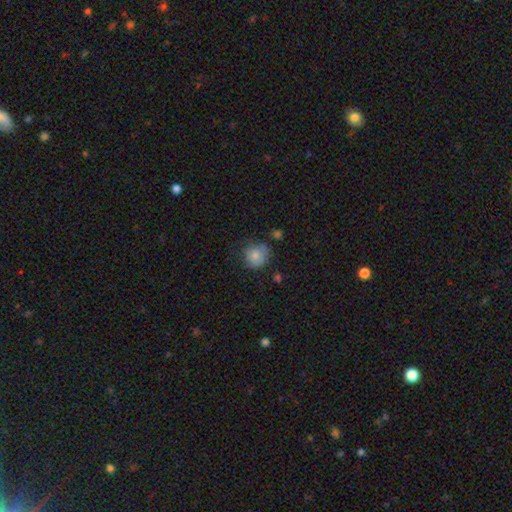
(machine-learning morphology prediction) Smooth or featured: smooth — 81% (featured or disk — 9%)
How rounded: round — 85% (in between — 14%)
Merging: none — 63% (minor disturbance — 25%)